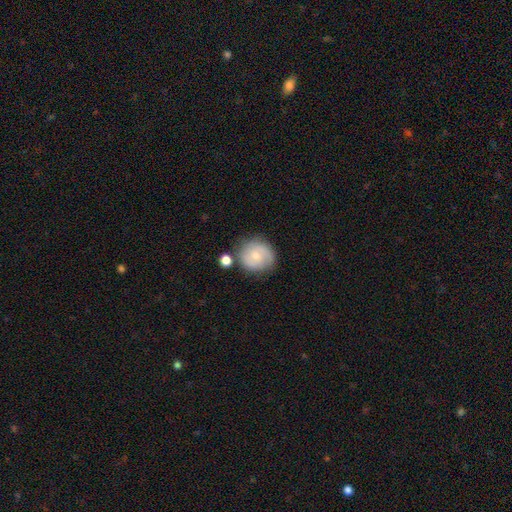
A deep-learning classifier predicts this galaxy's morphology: type=smooth (56%); roundness=round (89%); merging=none (69%).